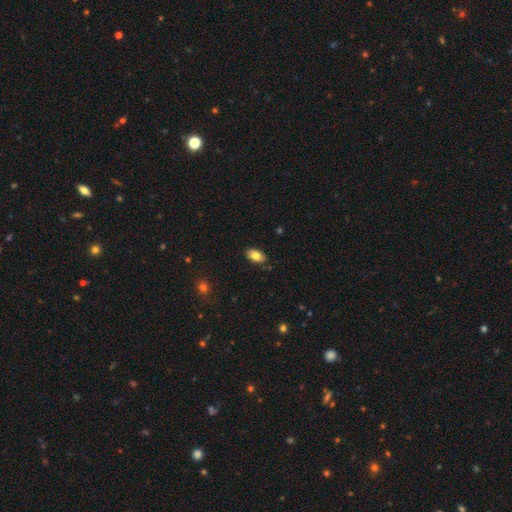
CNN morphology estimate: smooth-or-featured: smooth: 82% | featured or disk: 10% | star or artifact: 8%
  how-rounded: in between: 93% | round: 5% | cigar-shaped: 2%
  merging: none: 85% | minor disturbance: 12% | major disturbance: 2% | merger: 1%